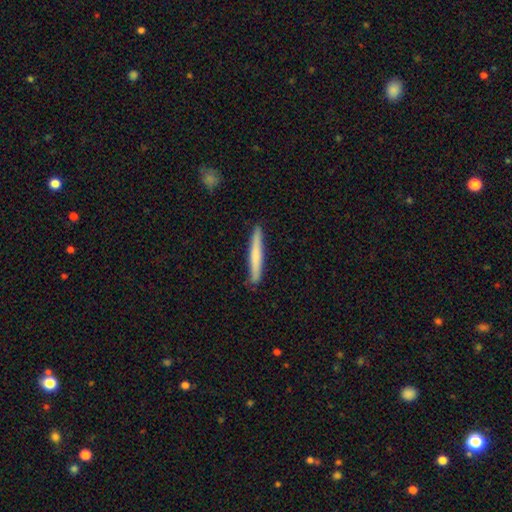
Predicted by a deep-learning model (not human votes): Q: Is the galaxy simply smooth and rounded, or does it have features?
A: smooth — 67%.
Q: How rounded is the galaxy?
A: cigar-shaped — 96%.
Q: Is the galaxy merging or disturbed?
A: none — 90%.